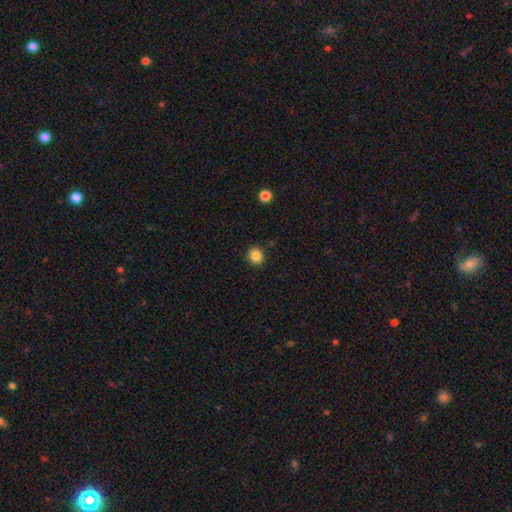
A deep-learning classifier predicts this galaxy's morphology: Overall: smooth (85%). How rounded: round (89%). Merging: none (90%).